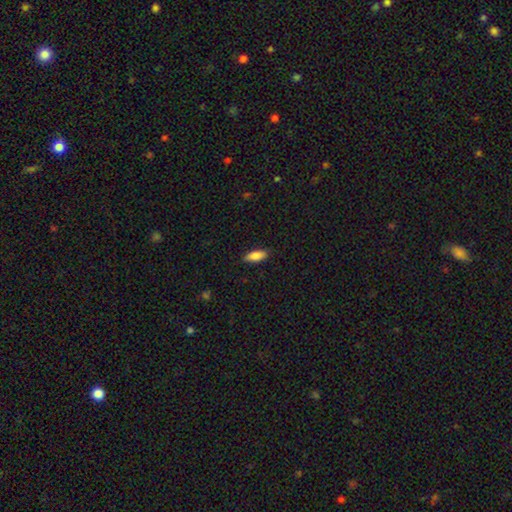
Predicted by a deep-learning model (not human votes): Smooth or featured?
  - smooth: 85% *
  - featured or disk: 9%
  - star or artifact: 6%
How rounded?
  - in between: 76% *
  - cigar-shaped: 22%
  - round: 2%
Merging?
  - none: 87% *
  - minor disturbance: 10%
  - major disturbance: 2%
  - merger: 1%